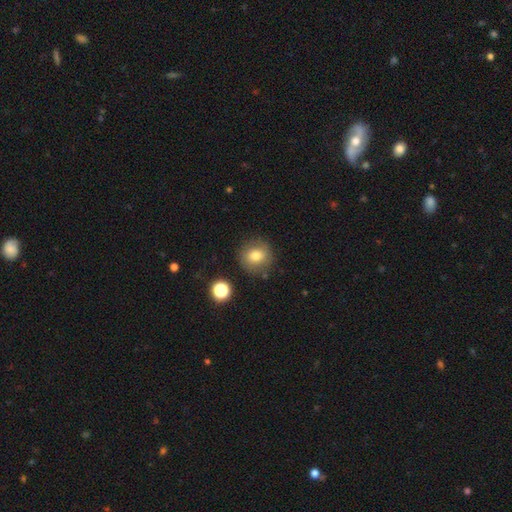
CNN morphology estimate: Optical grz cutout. It shows a smooth galaxy with no disk features (77%) that is round (89%). Merging: none (82%).